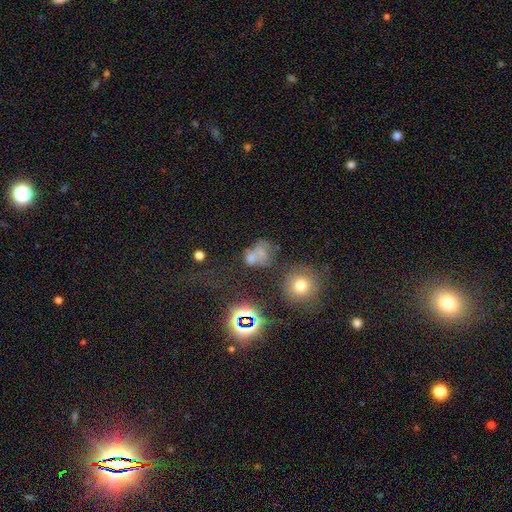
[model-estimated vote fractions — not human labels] A smooth galaxy with no disk features (51%) that is in between round and cigar-shaped (50%).

Vote fractions:
- Smooth or featured? smooth: 51% / star or artifact: 28% / featured or disk: 21%
- How rounded? in between: 50% / round: 48% / cigar-shaped: 2%
- Merging? none: 33% / merger: 31% / major disturbance: 21% / minor disturbance: 16%